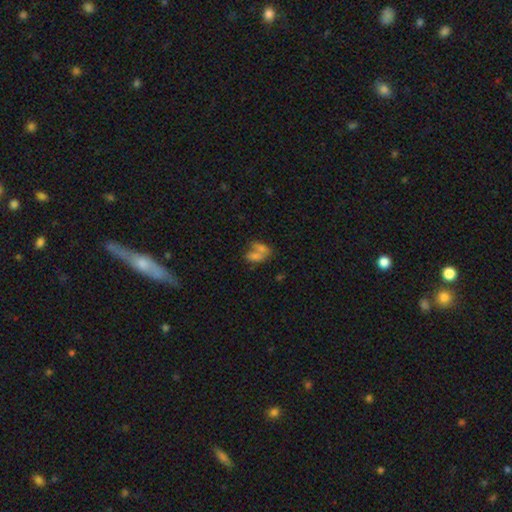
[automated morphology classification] type=smooth (65%); roundness=in between (77%); merging=merger (62%).